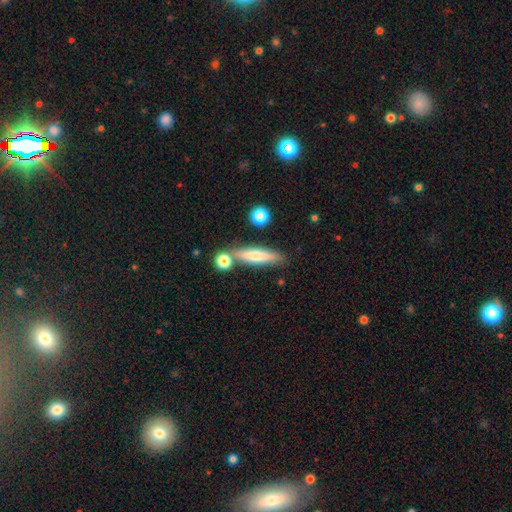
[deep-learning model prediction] This is likely a smooth galaxy (64%). How rounded: likely cigar-shaped (80%). Merging: likely none (71%).